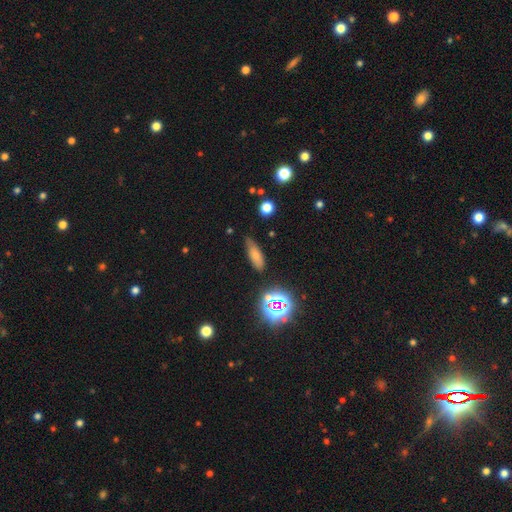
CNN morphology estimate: Overall: smooth (69%). How rounded: in between (61%; cigar-shaped 35%). Merging: none (67%).